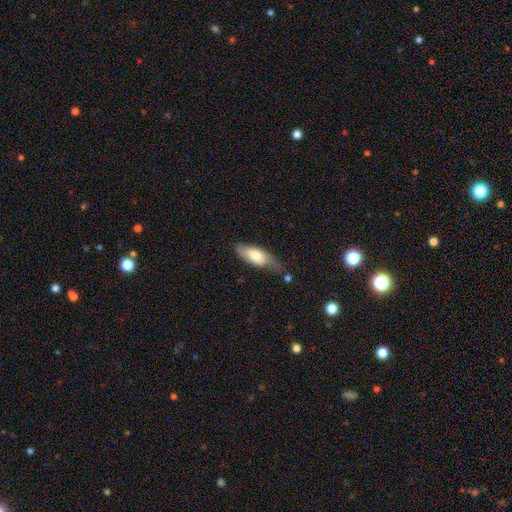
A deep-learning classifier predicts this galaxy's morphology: Smooth or featured? smooth (70%)
How rounded? in between (75%)
Merging? none (58%)